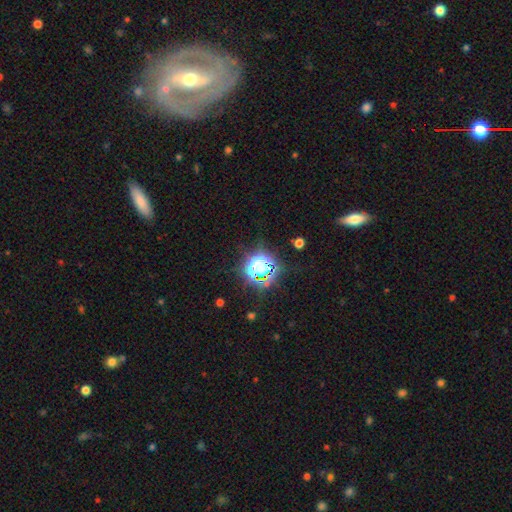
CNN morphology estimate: Smooth or featured: star or artifact — 69% (smooth — 21%)